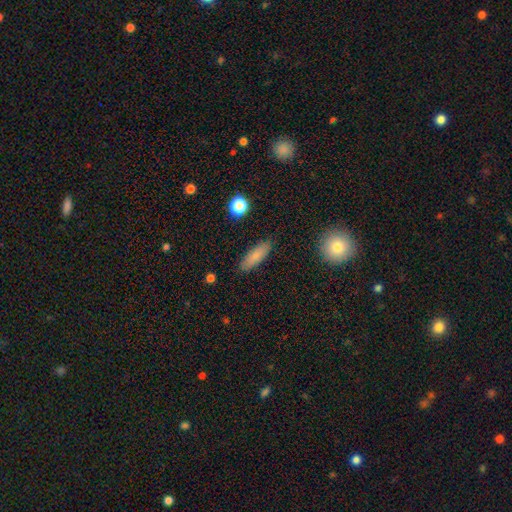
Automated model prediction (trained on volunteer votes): This is clearly a smooth galaxy (82%). How rounded: possibly in between (49%, tied with cigar-shaped). Merging: clearly none (88%).